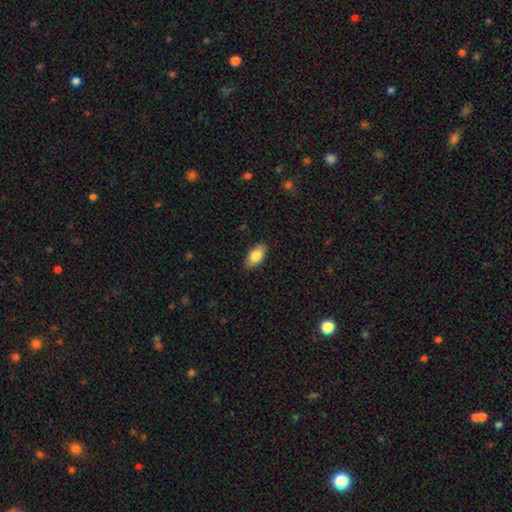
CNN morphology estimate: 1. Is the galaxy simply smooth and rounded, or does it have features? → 82% smooth, 11% featured or disk, 7% star or artifact.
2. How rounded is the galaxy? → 92% in between, 5% cigar-shaped, 4% round.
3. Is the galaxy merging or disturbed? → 87% none, 10% minor disturbance, 2% major disturbance, 1% merger.